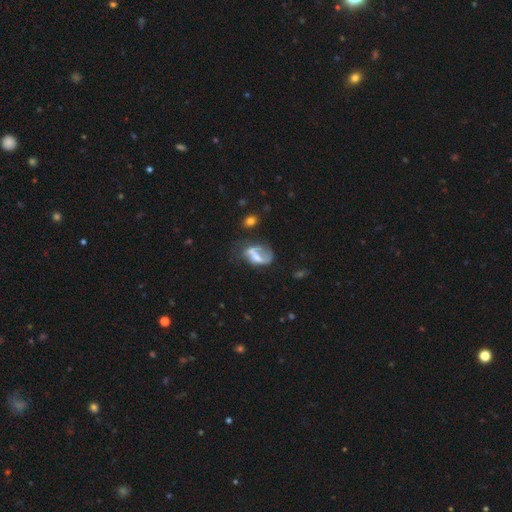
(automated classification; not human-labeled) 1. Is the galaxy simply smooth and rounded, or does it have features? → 51% featured or disk, 38% smooth, 11% star or artifact.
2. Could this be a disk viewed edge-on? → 96% no, 4% yes.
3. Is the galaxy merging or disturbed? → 36% major disturbance, 27% none, 22% minor disturbance, 15% merger.